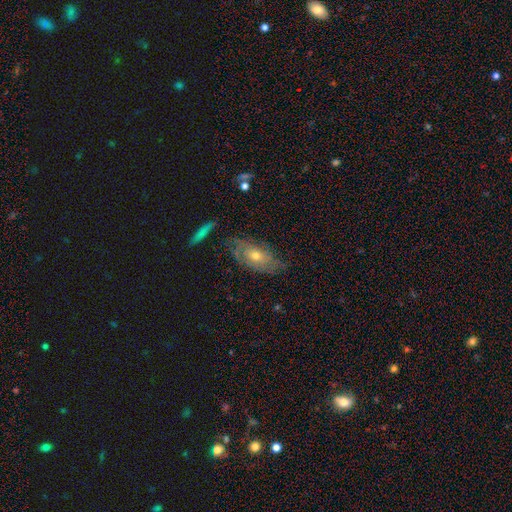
A featured or disk galaxy (69%) with no bar (86%), tight (53%) spiral arms (68%) and a small central bulge (55%).

Vote fractions:
- Smooth or featured? featured or disk: 69% / smooth: 26% / star or artifact: 5%
- Edge-on disk? no: 81% / yes: 19%
- Bar? no: 86% / weak: 14% / strong: 0%
- Spiral arms? yes: 68% / no: 32%
- Spiral winding? tight: 53% / medium: 27% / loose: 20%
- Spiral arm count? can't tell: 53% / 2: 33% / 1: 13% / 3: 0% / 4: 0% / more than 4: 0%
- Bulge size? small: 55% / moderate: 36% / dominant: 5% / none: 5% / large: 0%
- Merging? none: 68% / minor disturbance: 27% / major disturbance: 5% / merger: 0%